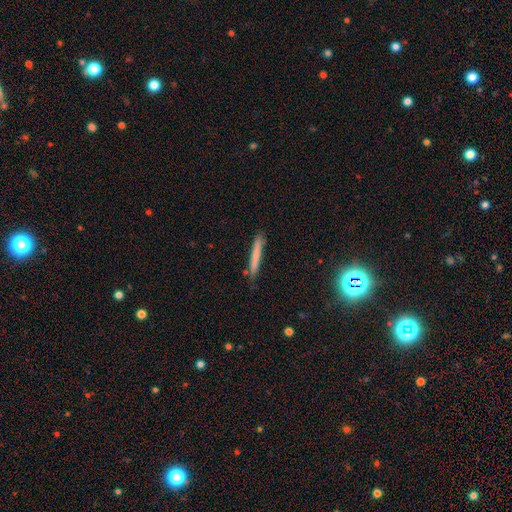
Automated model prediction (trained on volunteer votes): This is likely a smooth galaxy (70%). How rounded: clearly cigar-shaped (96%). Merging: clearly none (84%).